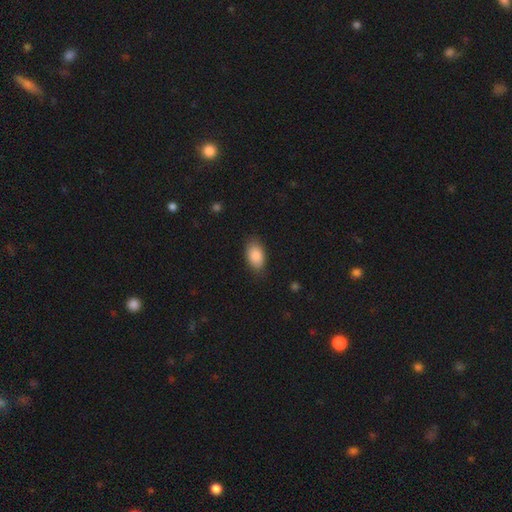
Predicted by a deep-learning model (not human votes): smooth-or-featured: smooth: 88% | star or artifact: 7% | featured or disk: 6%
  how-rounded: in between: 93% | round: 6% | cigar-shaped: 2%
  merging: none: 82% | minor disturbance: 14% | major disturbance: 3% | merger: 1%